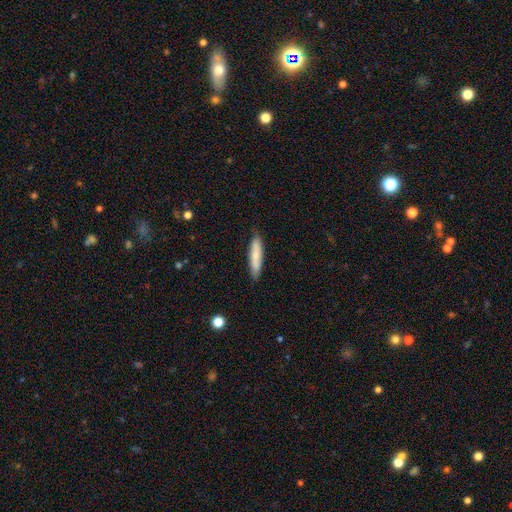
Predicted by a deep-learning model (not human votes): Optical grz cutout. It shows a smooth galaxy with no disk features (73%) that is cigar-shaped (82%). Merging: none (84%).